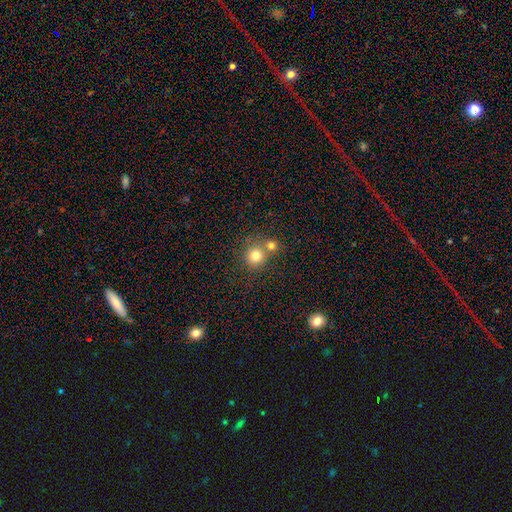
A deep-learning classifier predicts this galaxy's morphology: A smooth galaxy with no disk features (78%) that is round (92%). Merging: none (58%).